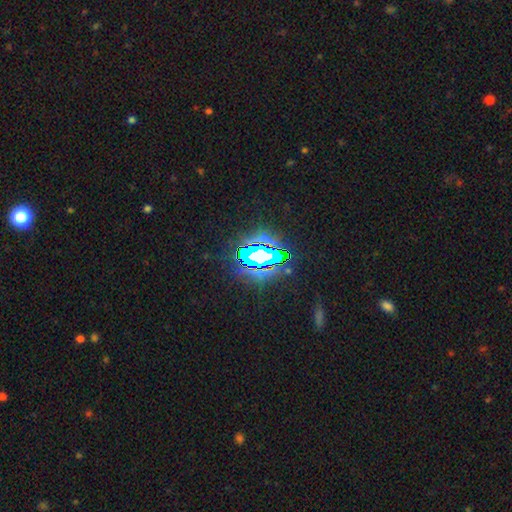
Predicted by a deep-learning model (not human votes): Overall: star or artifact (73%).